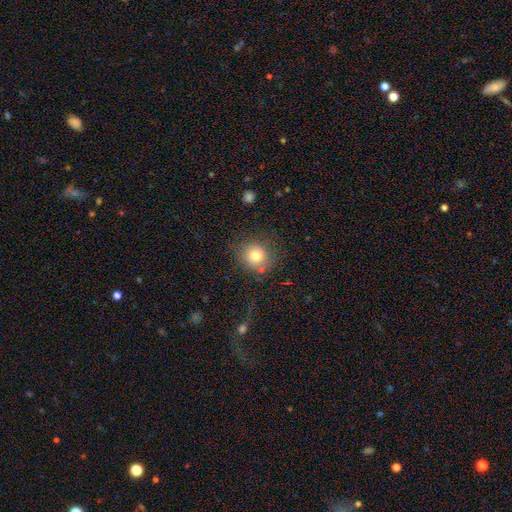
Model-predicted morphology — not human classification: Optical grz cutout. It shows a smooth galaxy with no disk features (78%) that is round (87%). Merging: none (77%).